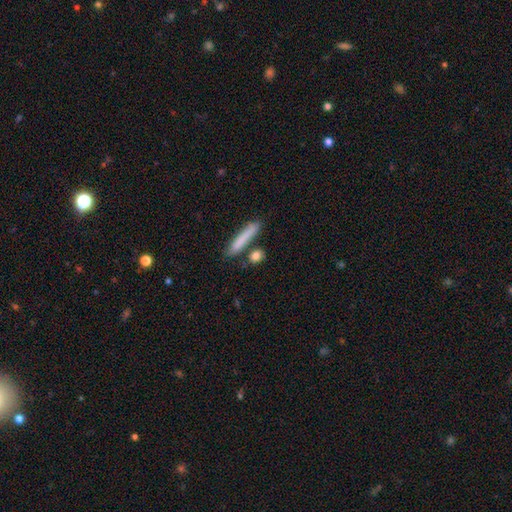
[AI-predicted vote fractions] smooth_or_featured: smooth (p=0.82) [alt: featured or disk p=0.11]
how_rounded: cigar-shaped (p=0.41) [alt: round p=0.35]
merging: none (p=0.75) [alt: merger p=0.11]